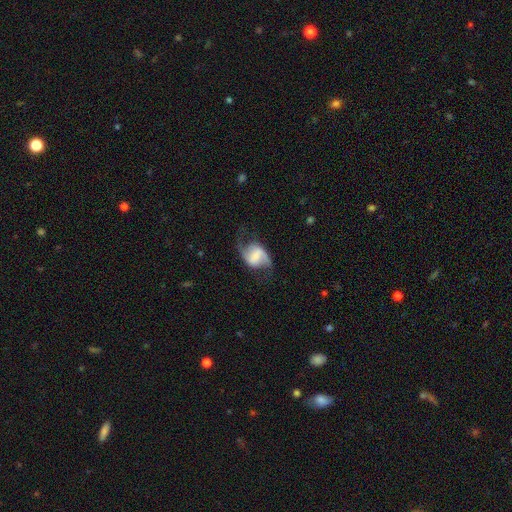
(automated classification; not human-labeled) Smooth or featured: featured or disk — 77% (smooth — 16%)
Edge-on disk: no — 97% (yes — 3%)
Bar: weak — 44% (strong — 29%)
Spiral arms: yes — 93% (no — 7%)
Spiral winding: loose — 63% (medium — 31%)
Spiral arm count: 2 — 91% (1 — 3%)
Bulge size: small — 36% (moderate — 26%)
Merging: none — 66% (minor disturbance — 18%)